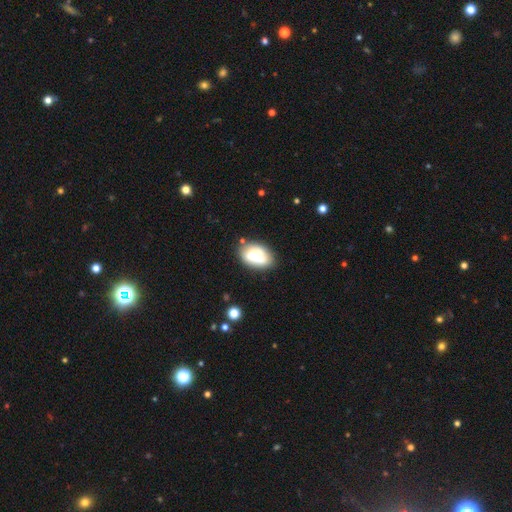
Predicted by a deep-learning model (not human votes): smooth 65%, featured or disk 27%, star or artifact 8%. Down the decision tree: how rounded — in between (87%); merging — none (71%).